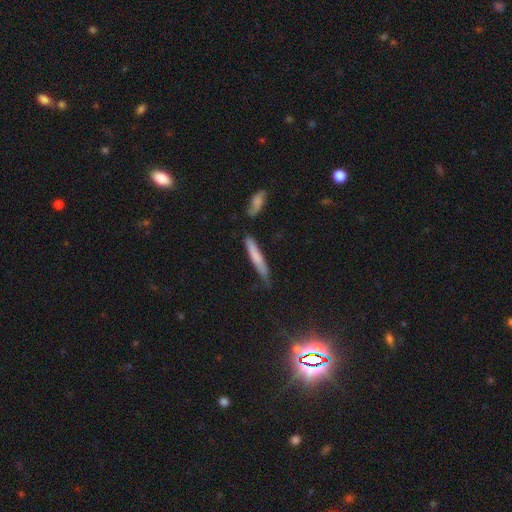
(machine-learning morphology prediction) Smooth or featured? Predicted: smooth (p=0.70). How rounded? Predicted: cigar-shaped (p=0.92). Merging? Predicted: none (p=0.67).